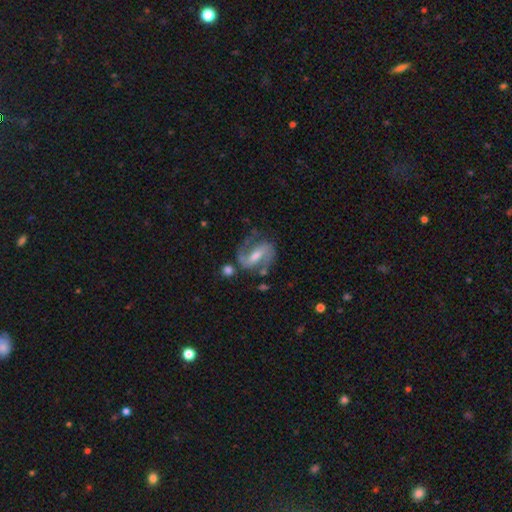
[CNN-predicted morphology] Q: Smooth or featured?
A: featured or disk (84%); runner-up: smooth (10%)
Q: Edge-on disk?
A: no (96%); runner-up: yes (4%)
Q: Bar?
A: strong (49%); runner-up: weak (38%)
Q: Spiral arms?
A: yes (94%); runner-up: no (6%)
Q: Spiral winding?
A: medium (56%); runner-up: loose (24%)
Q: Spiral arm count?
A: 2 (87%); runner-up: 1 (5%)
Q: Bulge size?
A: moderate (54%); runner-up: small (33%)
Q: Merging?
A: none (63%); runner-up: minor disturbance (19%)